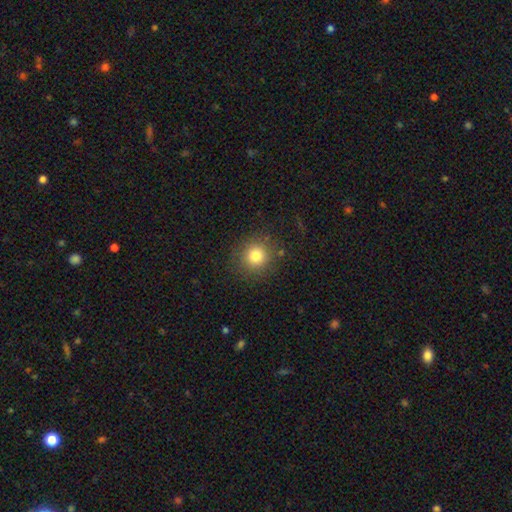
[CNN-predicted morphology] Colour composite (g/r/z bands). It shows a smooth galaxy with no disk features (80%) that is round (92%). Merging: none (86%).